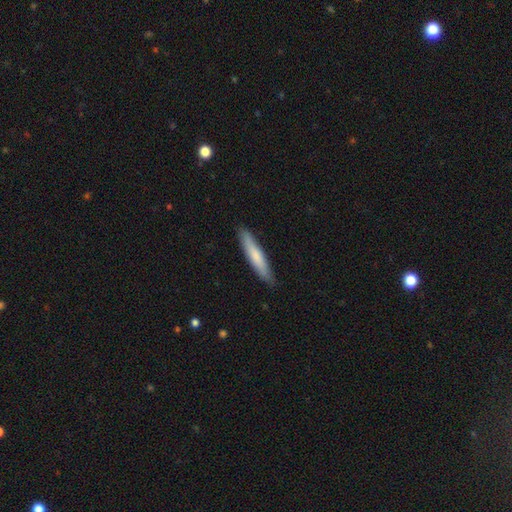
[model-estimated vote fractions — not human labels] The model was most divided on "smooth or featured": smooth: 72%, featured or disk: 23%, star or artifact: 5%. More confident: how rounded — cigar-shaped (91%); merging — none (88%).